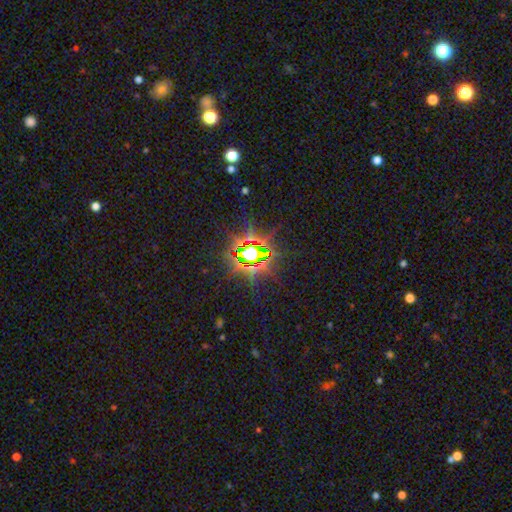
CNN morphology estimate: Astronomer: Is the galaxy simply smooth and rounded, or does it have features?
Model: star or artifact — 83%.